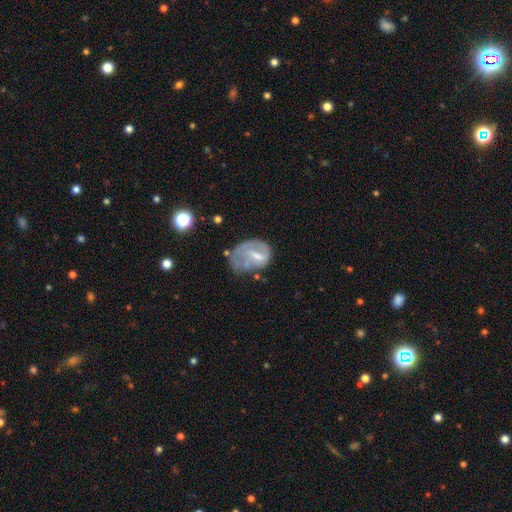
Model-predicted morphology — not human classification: Smooth or featured? Predicted: featured or disk (p=0.51). Edge-on disk? Predicted: no (p=0.97). Merging? Predicted: major disturbance (p=0.35).